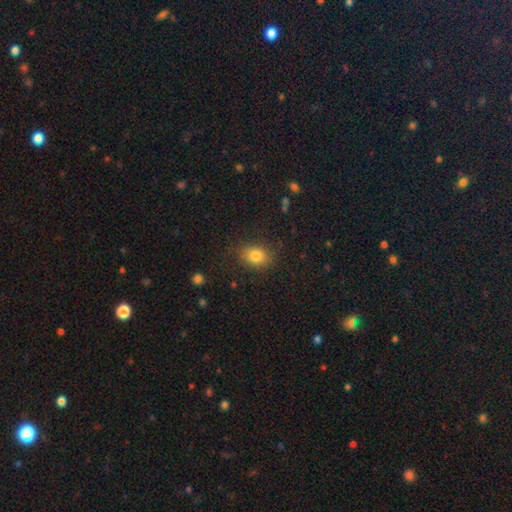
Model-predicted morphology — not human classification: type=smooth (82%); roundness=in between (63%); merging=none (82%).